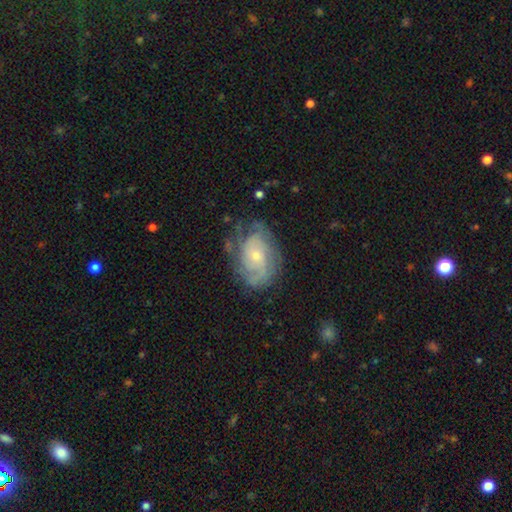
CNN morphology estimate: This appears to be a featured or disk galaxy (75%) with no bar (74%), tight (57%) spiral arms (89%) and a small central bulge (62%). Merging: none (66%).